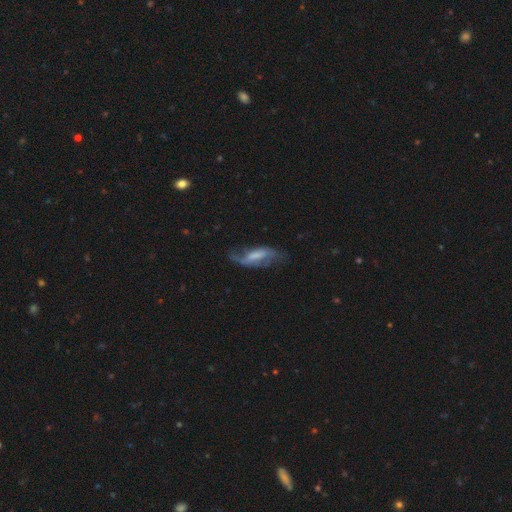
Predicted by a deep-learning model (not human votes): smooth-or-featured: featured or disk: 62% | smooth: 30% | star or artifact: 8%
  disk-edge-on: no: 87% | yes: 13%
    bar: weak: 40% | strong: 31% | no: 29%
    has-spiral-arms: yes: 78% | no: 22%
    bulge-size: none: 34% | moderate: 26% | small: 23% | large: 14% | dominant: 2%
  merging: none: 42% | major disturbance: 29% | minor disturbance: 25% | merger: 4%